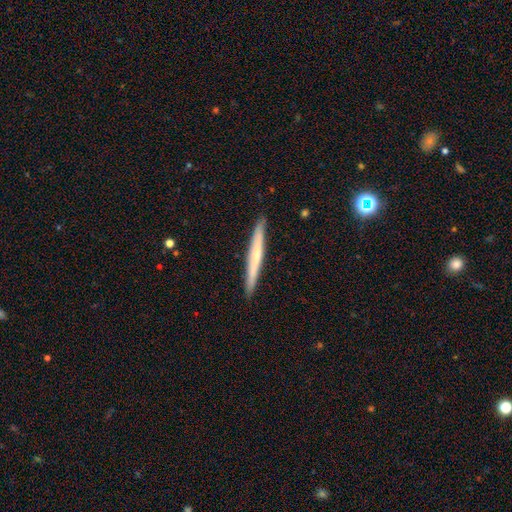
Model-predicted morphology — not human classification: The model was most divided on "smooth or featured": smooth: 49%, featured or disk: 45%, star or artifact: 6%. More confident: merging — none (91%).